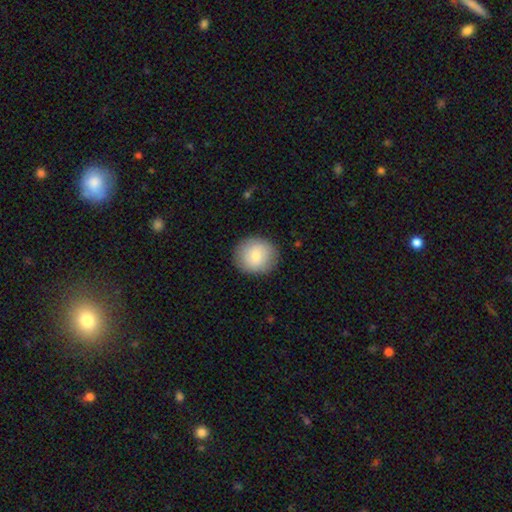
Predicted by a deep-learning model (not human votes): Morphology: type=smooth (78%); roundness=round (84%); merging=none (87%).